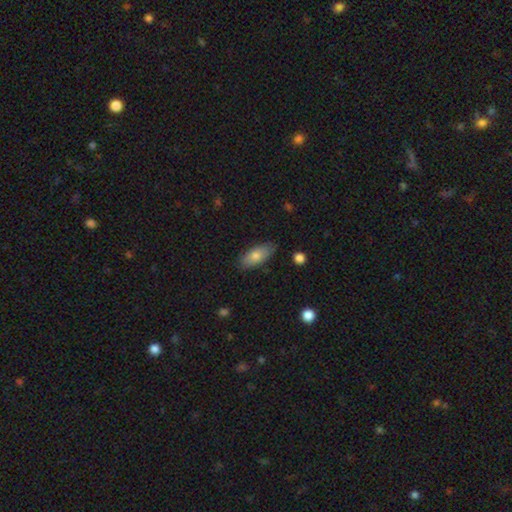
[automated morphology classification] smooth-or-featured: smooth: 76% | featured or disk: 18% | star or artifact: 7%
  how-rounded: in between: 82% | cigar-shaped: 15% | round: 3%
  merging: none: 84% | minor disturbance: 12% | major disturbance: 2% | merger: 1%